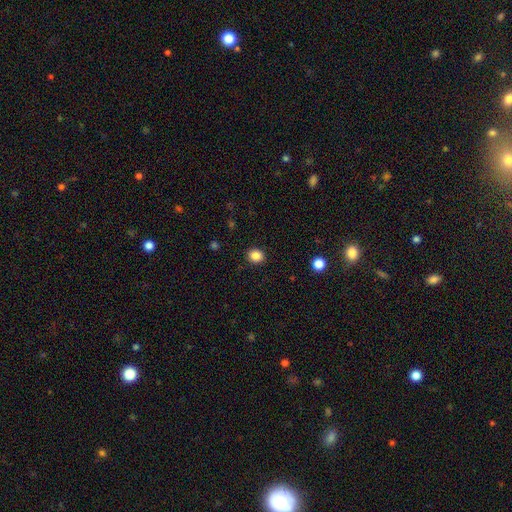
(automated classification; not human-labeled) Smooth or featured? Predicted: smooth (p=0.86). How rounded? Predicted: round (p=0.74). Merging? Predicted: none (p=0.91).